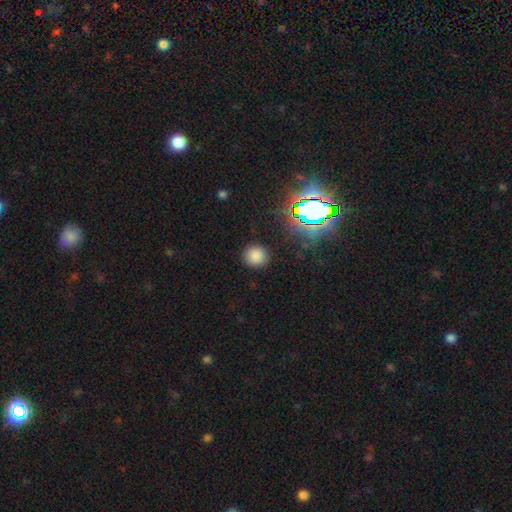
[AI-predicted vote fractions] Q: Smooth or featured?
A: smooth (78%); runner-up: star or artifact (17%)
Q: How rounded?
A: round (91%); runner-up: in between (8%)
Q: Merging?
A: none (89%); runner-up: minor disturbance (7%)